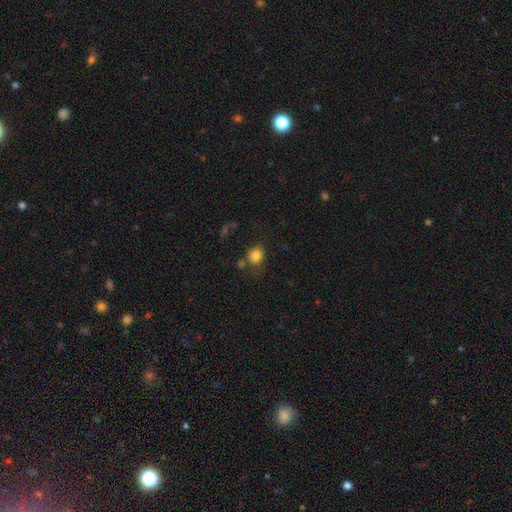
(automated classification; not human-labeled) Smooth or featured? smooth (83%)
How rounded? round (58%)
Merging? none (66%)